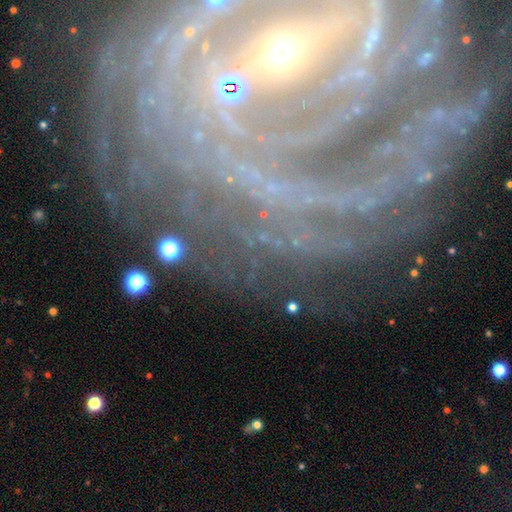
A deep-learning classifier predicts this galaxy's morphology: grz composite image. It shows a featured or disk galaxy (84%) with a strong bar (46%), can't tell (23%, tied with more than 4) tight (79%) spiral arms (95%) and a small central bulge (67%). Merging: none (77%).